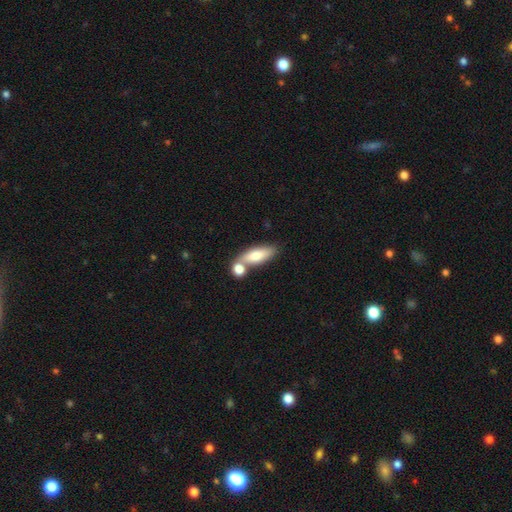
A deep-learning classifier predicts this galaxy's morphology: Smooth or featured? Predicted: smooth (p=0.73). How rounded? Predicted: in between (p=0.65). Merging? Predicted: none (p=0.51).